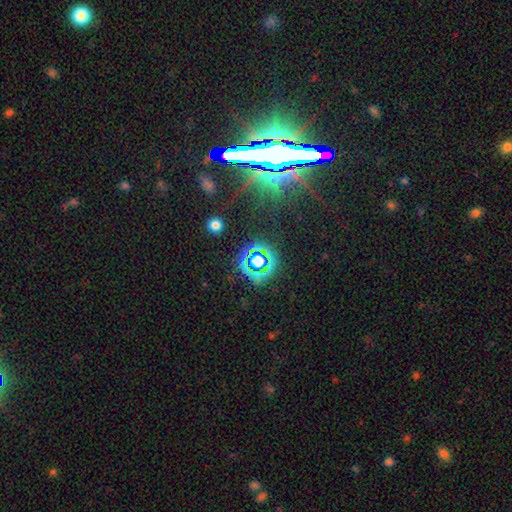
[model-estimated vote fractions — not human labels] smooth_or_featured: star or artifact (p=0.76) [alt: smooth p=0.13]